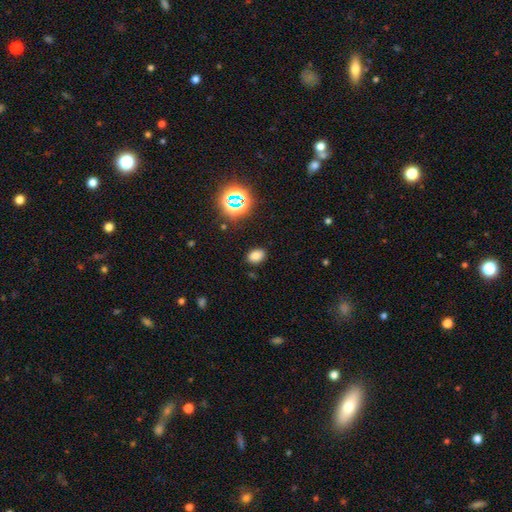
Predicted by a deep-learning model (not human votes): The model was most divided on "how rounded": in between: 74%, round: 25%, cigar-shaped: 1%. More confident: merging — none (86%); smooth or featured — smooth (75%).